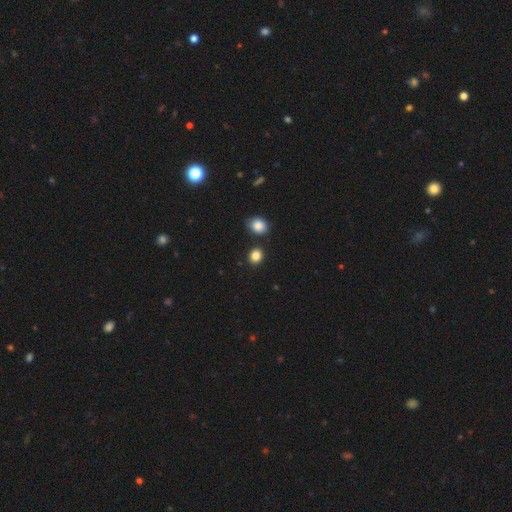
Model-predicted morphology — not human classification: Smooth or featured? Predicted: smooth (p=0.85). How rounded? Predicted: round (p=0.71). Merging? Predicted: none (p=0.83).